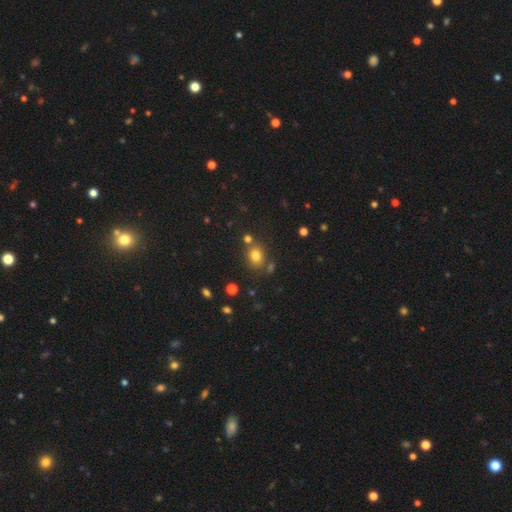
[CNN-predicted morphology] Smooth or featured? Predicted: smooth (p=0.78). How rounded? Predicted: round (p=0.56). Merging? Predicted: none (p=0.72).